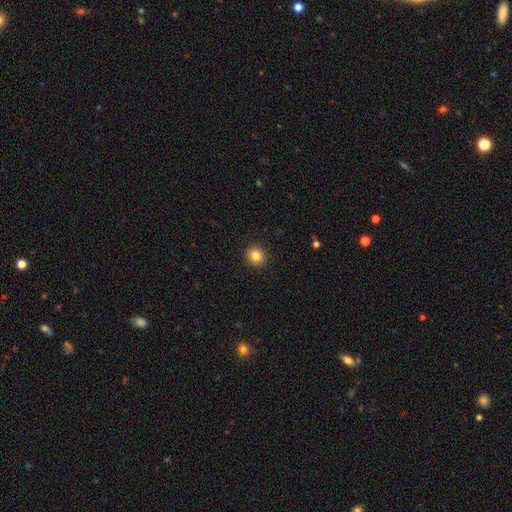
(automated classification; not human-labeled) Smooth or featured? Predicted: smooth (p=0.84). How rounded? Predicted: round (p=0.82). Merging? Predicted: none (p=0.92).